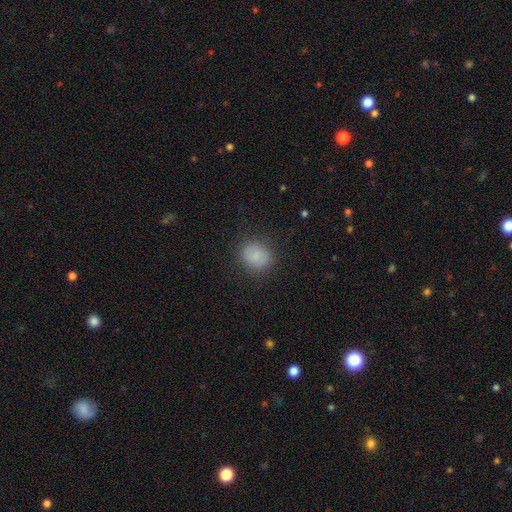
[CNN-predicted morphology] Overall: smooth (83%). How rounded: round (71%). Merging: none (85%).